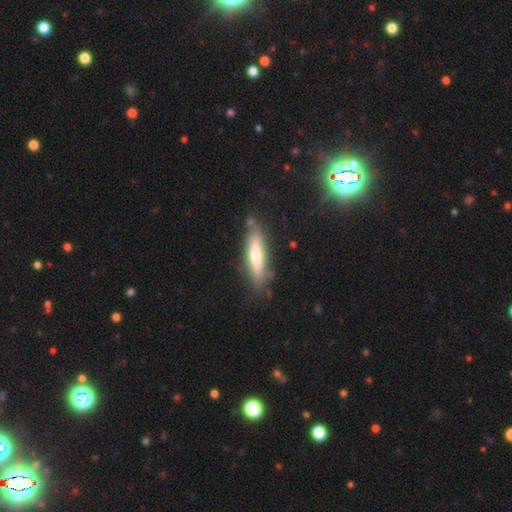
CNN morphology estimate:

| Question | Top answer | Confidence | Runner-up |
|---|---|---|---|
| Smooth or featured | smooth | 49% | featured or disk (43%) |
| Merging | none | 77% | minor disturbance (16%) |